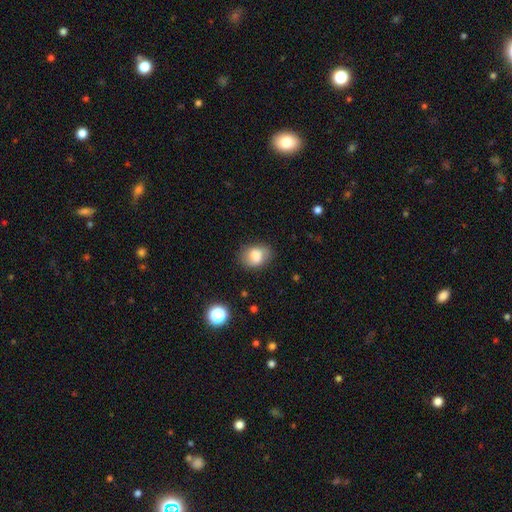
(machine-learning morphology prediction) Q: Smooth or featured?
A: smooth (76%); runner-up: featured or disk (15%)
Q: How rounded?
A: in between (64%); runner-up: round (35%)
Q: Merging?
A: none (76%); runner-up: minor disturbance (18%)